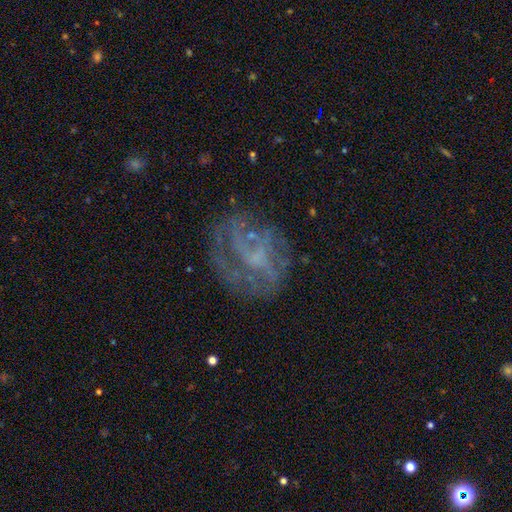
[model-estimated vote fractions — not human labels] smooth_or_featured: featured or disk (p=0.68) [alt: smooth p=0.17]
disk_edge_on: no (p=0.97) [alt: yes p=0.03]
bar: no (p=0.65) [alt: weak p=0.28]
has_spiral_arms: yes (p=0.64) [alt: no p=0.36]
bulge_size: none (p=0.49) [alt: small p=0.33]
merging: none (p=0.58) [alt: major disturbance p=0.22]